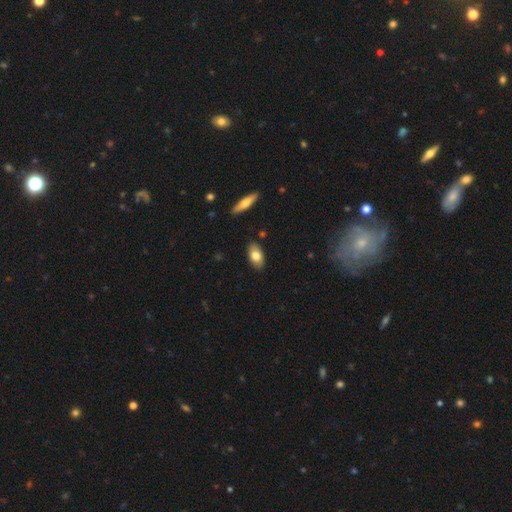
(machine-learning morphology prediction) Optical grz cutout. It shows a smooth galaxy with no disk features (77%) that is in between round and cigar-shaped (91%). Merging: none (86%).